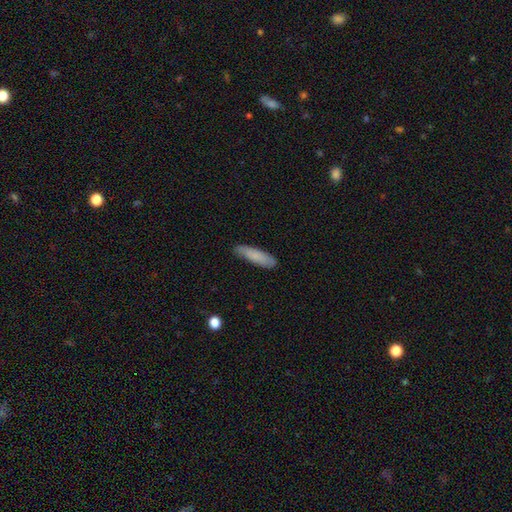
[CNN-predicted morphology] Smooth or featured? Predicted: smooth (p=0.82). How rounded? Predicted: cigar-shaped (p=0.71). Merging? Predicted: none (p=0.82).